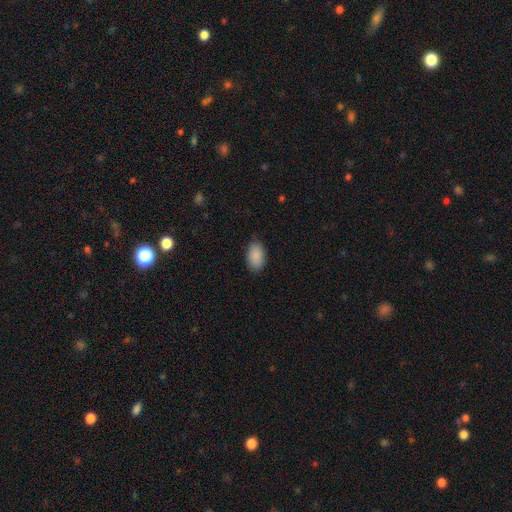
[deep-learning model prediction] Overall: smooth (90%). How rounded: in between (93%). Merging: none (84%).